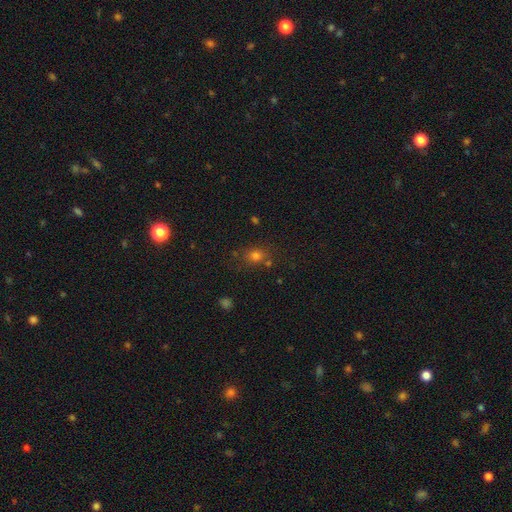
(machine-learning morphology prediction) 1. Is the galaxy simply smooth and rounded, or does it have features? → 73% smooth, 19% star or artifact, 9% featured or disk.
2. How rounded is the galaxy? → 60% round, 39% in between, 1% cigar-shaped.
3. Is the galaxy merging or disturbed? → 71% none, 14% minor disturbance, 11% merger, 5% major disturbance.